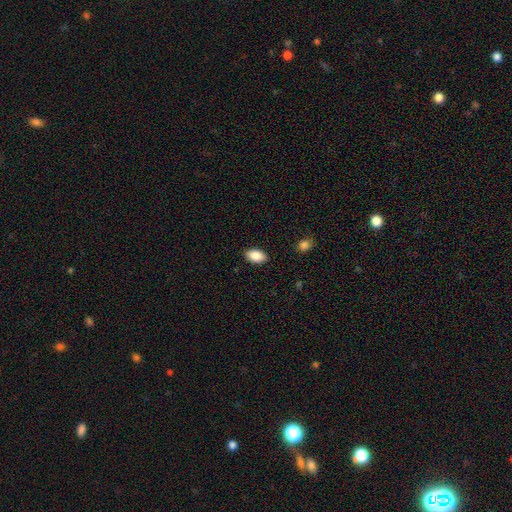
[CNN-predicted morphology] smooth 89%, star or artifact 7%, featured or disk 4%. Down the decision tree: how rounded — in between (93%); merging — none (88%).